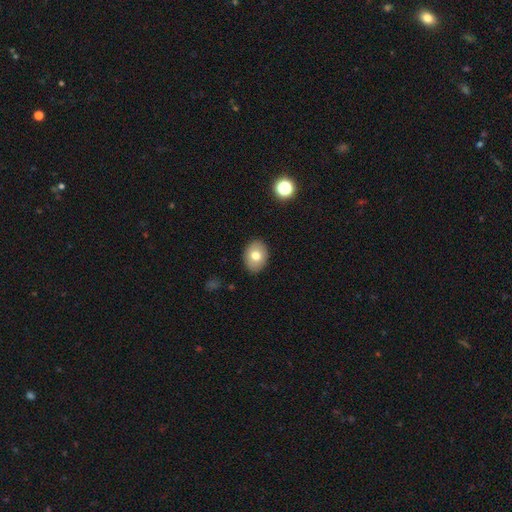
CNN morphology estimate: smooth-or-featured: smooth: 75% | featured or disk: 16% | star or artifact: 9%
  how-rounded: in between: 68% | round: 32% | cigar-shaped: 1%
  merging: none: 89% | minor disturbance: 8% | major disturbance: 2% | merger: 1%